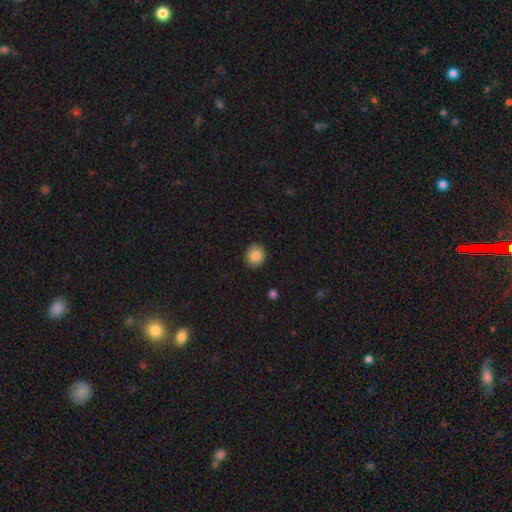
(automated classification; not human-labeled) smooth_or_featured: smooth (p=0.84) [alt: star or artifact p=0.08]
how_rounded: round (p=0.85) [alt: in between p=0.14]
merging: none (p=0.91) [alt: minor disturbance p=0.07]